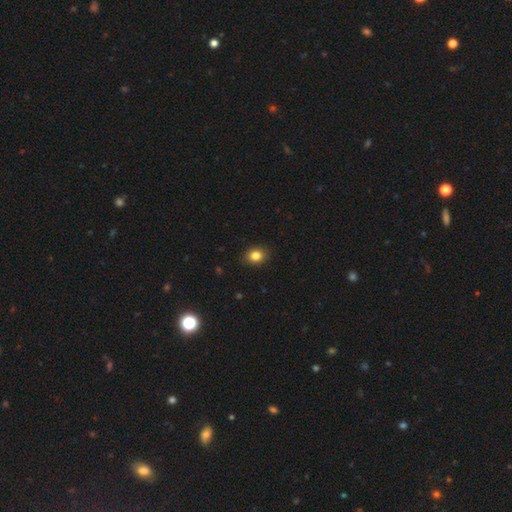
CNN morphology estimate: Smooth or featured? Predicted: smooth (p=0.83). How rounded? Predicted: round (p=0.55). Merging? Predicted: none (p=0.88).